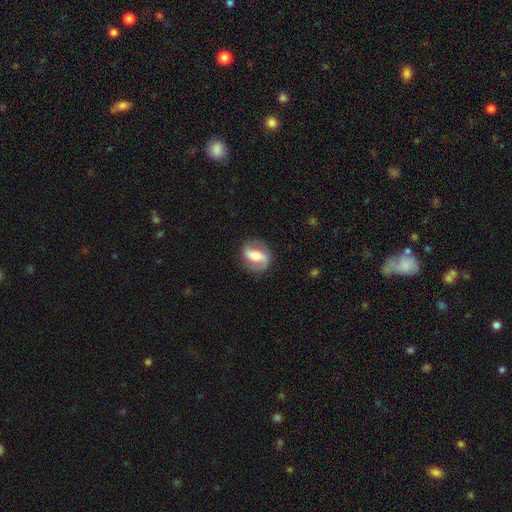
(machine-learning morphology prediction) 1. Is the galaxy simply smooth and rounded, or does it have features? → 74% featured or disk, 20% smooth, 6% star or artifact.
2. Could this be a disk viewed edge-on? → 95% no, 5% yes.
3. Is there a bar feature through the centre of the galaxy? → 51% strong, 31% weak, 19% no.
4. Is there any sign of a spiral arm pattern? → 89% yes, 11% no.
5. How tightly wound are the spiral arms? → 41% medium, 37% loose, 22% tight.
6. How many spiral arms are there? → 88% 2, 4% 1, 4% can't tell, 1% 3, 1% 4, 1% more than 4.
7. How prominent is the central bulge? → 45% moderate, 28% small, 18% large, 6% none, 3% dominant.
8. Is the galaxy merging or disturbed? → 80% none, 13% minor disturbance, 5% major disturbance, 1% merger.